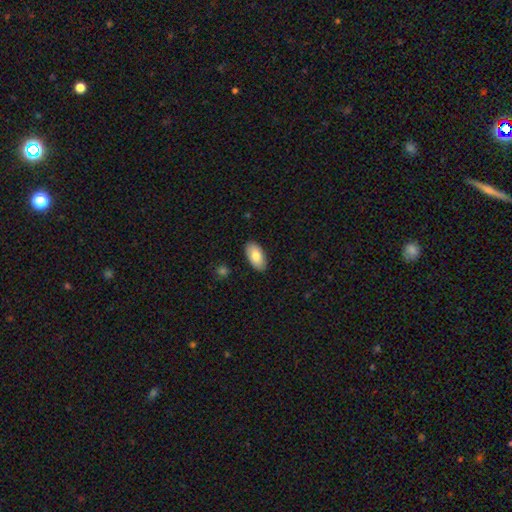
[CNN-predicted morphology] Smooth or featured? Predicted: smooth (p=0.83). How rounded? Predicted: in between (p=0.95). Merging? Predicted: none (p=0.88).